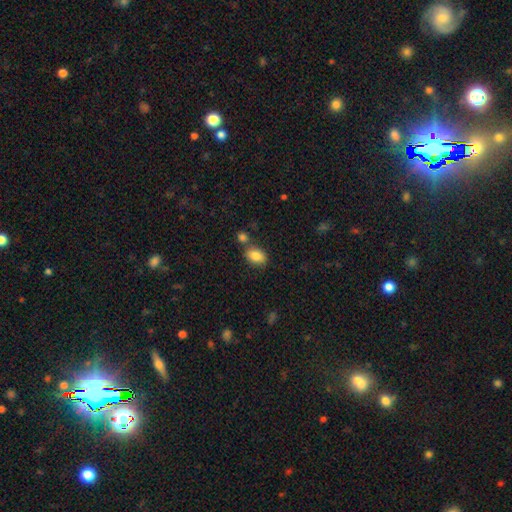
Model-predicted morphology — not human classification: type=smooth (85%); roundness=in between (80%); merging=none (69%).